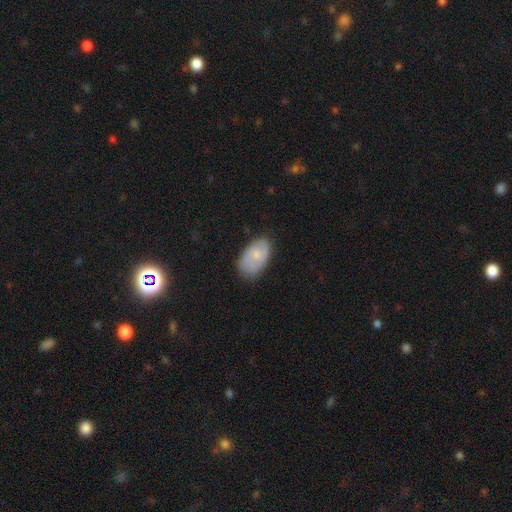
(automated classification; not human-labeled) Smooth or featured: smooth — 62% (featured or disk — 31%)
How rounded: in between — 92% (round — 6%)
Merging: none — 73% (minor disturbance — 21%)